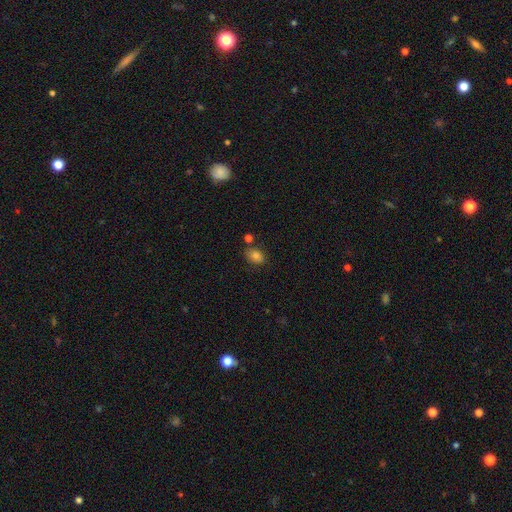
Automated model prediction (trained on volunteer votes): A smooth galaxy with no disk features (83%) that is in between round and cigar-shaped (71%). Merging: none (73%).